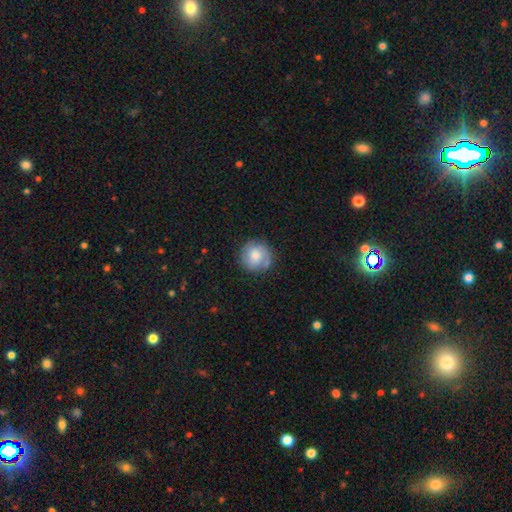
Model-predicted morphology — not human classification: Q: Smooth or featured?
A: smooth (54%); runner-up: featured or disk (39%)
Q: How rounded?
A: round (91%); runner-up: in between (8%)
Q: Merging?
A: none (78%); runner-up: minor disturbance (16%)